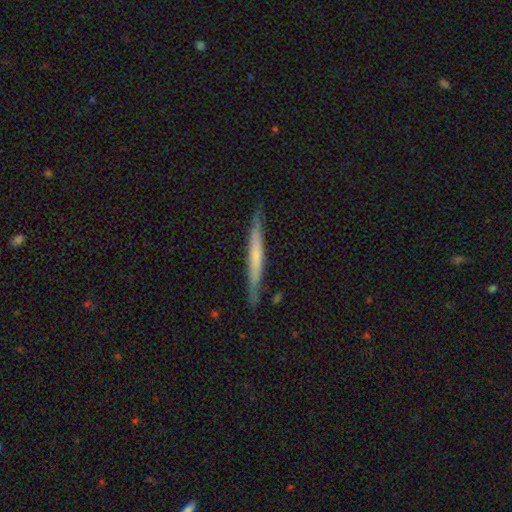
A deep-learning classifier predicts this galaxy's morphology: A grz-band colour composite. It shows a featured or disk galaxy (48%). Merging: none (86%).